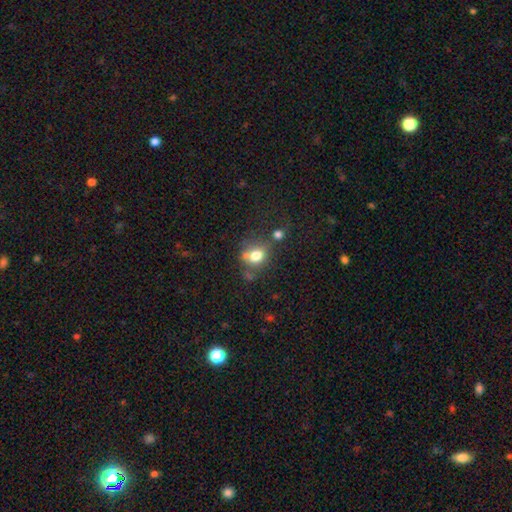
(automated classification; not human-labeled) Overall: smooth (75%). How rounded: round (60%; in between 39%). Merging: none (53%; merger 20%).